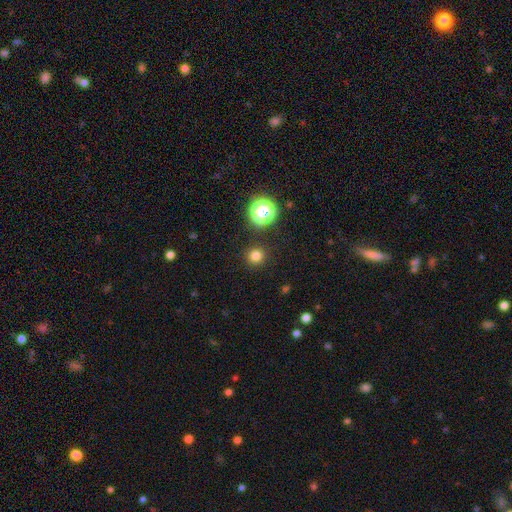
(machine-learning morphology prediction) Smooth or featured: smooth — 77% (star or artifact — 18%)
How rounded: round — 94% (in between — 5%)
Merging: none — 90% (minor disturbance — 5%)